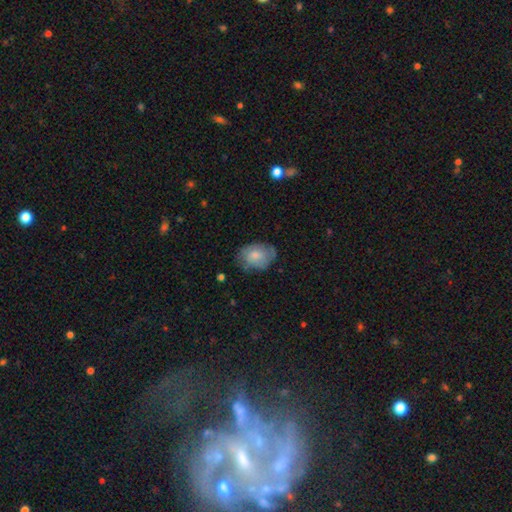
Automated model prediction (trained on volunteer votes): Smooth or featured? smooth (69%)
How rounded? in between (72%)
Merging? none (62%)